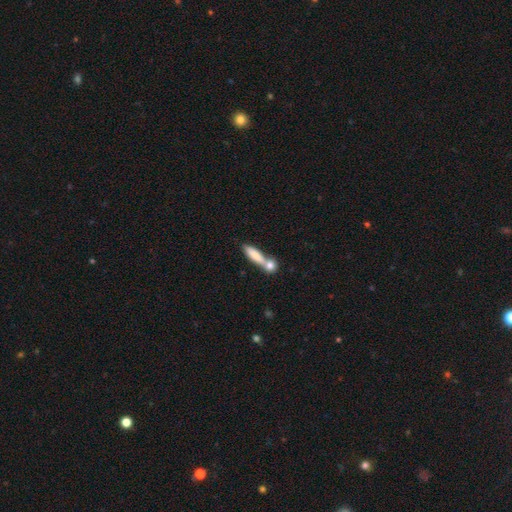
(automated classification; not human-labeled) Smooth or featured?
  - smooth: 77% *
  - featured or disk: 17%
  - star or artifact: 7%
How rounded?
  - cigar-shaped: 59% *
  - in between: 36%
  - round: 5%
Merging?
  - merger: 44% *
  - none: 40%
  - minor disturbance: 11%
  - major disturbance: 4%